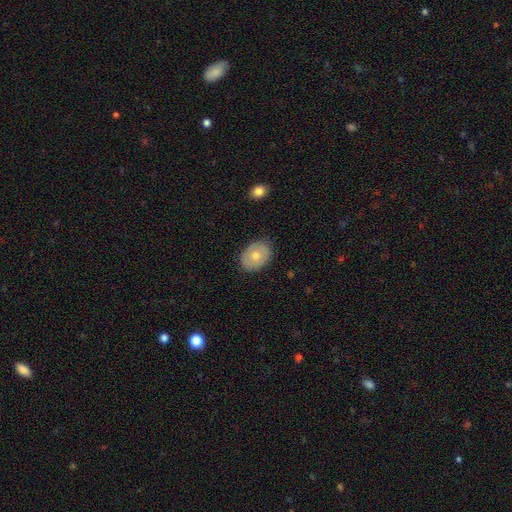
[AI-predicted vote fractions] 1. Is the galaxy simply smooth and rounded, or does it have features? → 65% smooth, 29% featured or disk, 7% star or artifact.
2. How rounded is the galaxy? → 67% in between, 32% round, 1% cigar-shaped.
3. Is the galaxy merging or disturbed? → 84% none, 12% minor disturbance, 3% major disturbance, 1% merger.